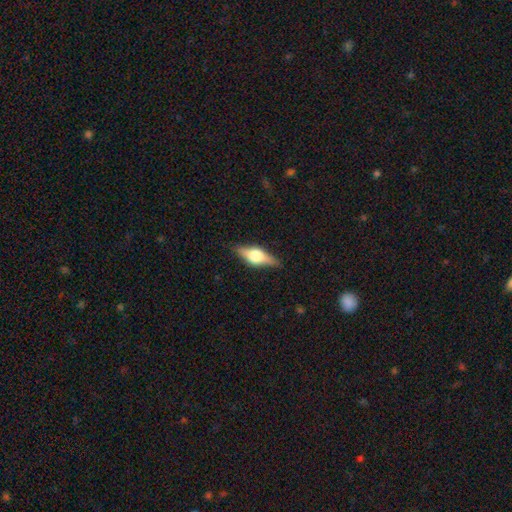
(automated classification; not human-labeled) This is likely a featured or disk galaxy (61%). It is clearly viewed edge-on (95%). Edge-on bulge: clearly rounded (93%). Merging: clearly none (86%).